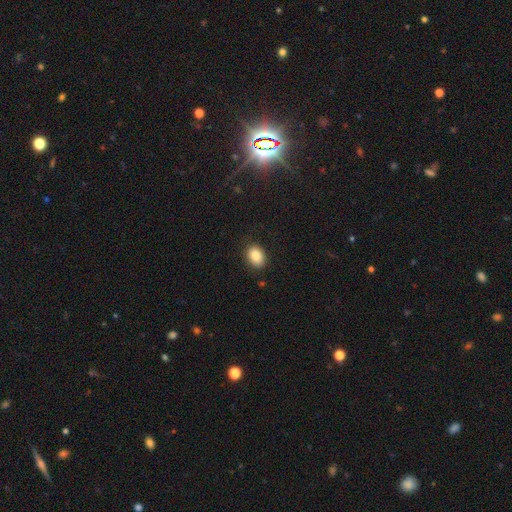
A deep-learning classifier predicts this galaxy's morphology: Smooth or featured?
  - smooth: 87% *
  - star or artifact: 8%
  - featured or disk: 5%
How rounded?
  - in between: 77% *
  - round: 22%
  - cigar-shaped: 1%
Merging?
  - none: 86% *
  - minor disturbance: 10%
  - major disturbance: 3%
  - merger: 1%